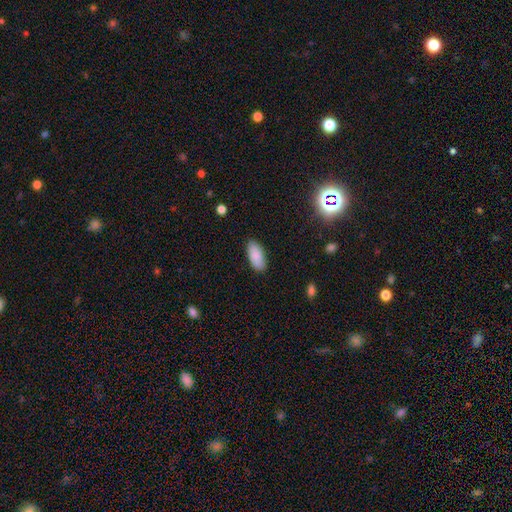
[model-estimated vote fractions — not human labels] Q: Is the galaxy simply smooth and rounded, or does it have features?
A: smooth — 88%.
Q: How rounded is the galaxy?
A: in between — 88%.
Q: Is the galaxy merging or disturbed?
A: none — 87%.